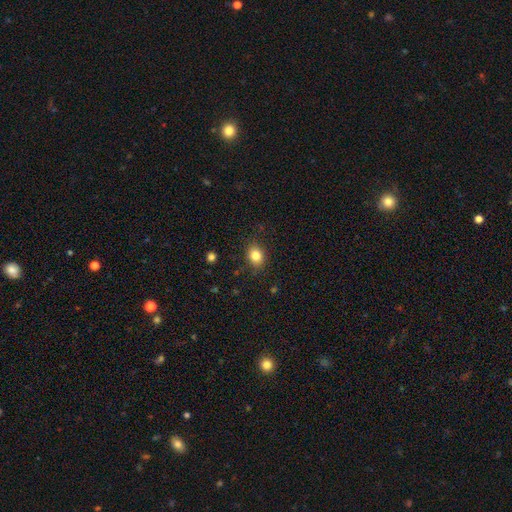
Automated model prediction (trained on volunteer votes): Smooth or featured: smooth — 82% (star or artifact — 11%)
How rounded: in between — 51% (round — 48%)
Merging: none — 84% (minor disturbance — 12%)